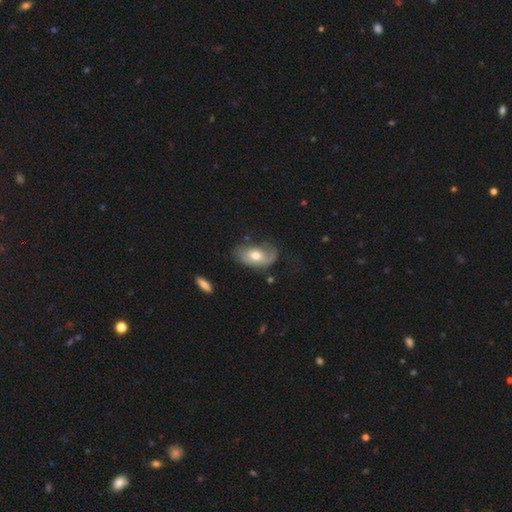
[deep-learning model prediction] Smooth or featured? smooth (51%)
How rounded? in between (90%)
Merging? none (46%)